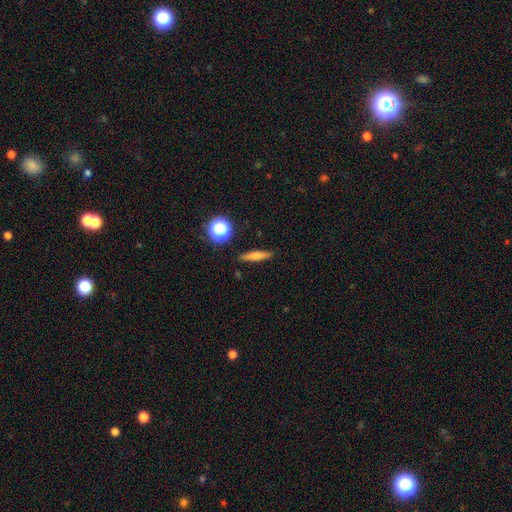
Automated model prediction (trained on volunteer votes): Smooth or featured? smooth (57%)
How rounded? cigar-shaped (80%)
Merging? none (89%)